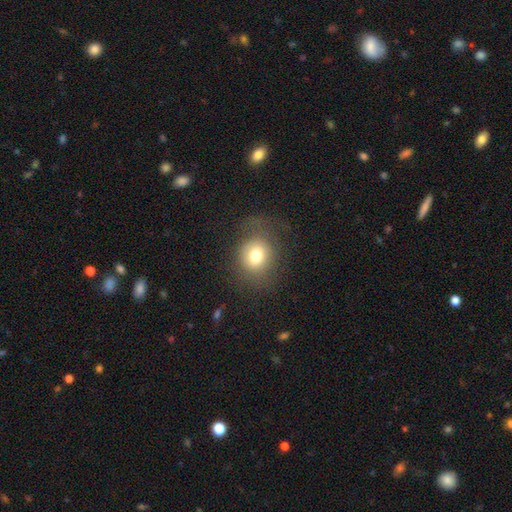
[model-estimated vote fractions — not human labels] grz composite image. It shows a smooth galaxy with no disk features (75%) that is round (71%). Merging: none (66%).